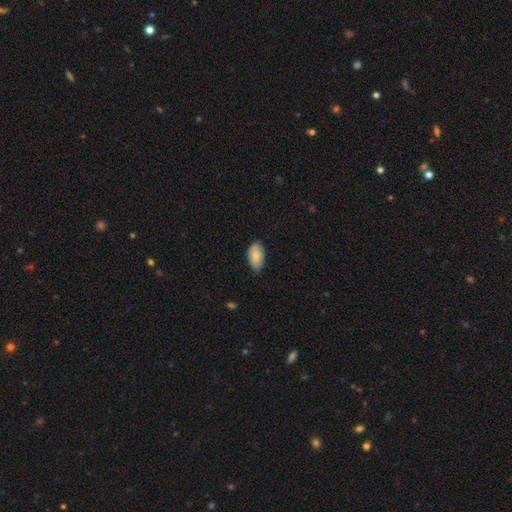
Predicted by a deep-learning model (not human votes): Smooth or featured?
  - smooth: 83% *
  - featured or disk: 10%
  - star or artifact: 6%
How rounded?
  - in between: 94% *
  - round: 4%
  - cigar-shaped: 2%
Merging?
  - none: 75% *
  - minor disturbance: 21%
  - major disturbance: 3%
  - merger: 1%